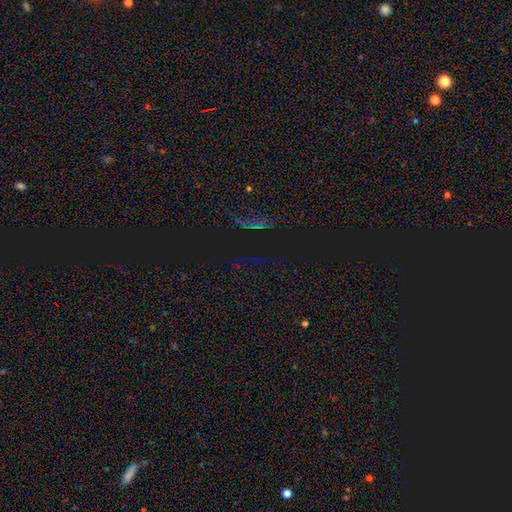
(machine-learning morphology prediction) Q: Smooth or featured?
A: star or artifact (79%); runner-up: smooth (12%)